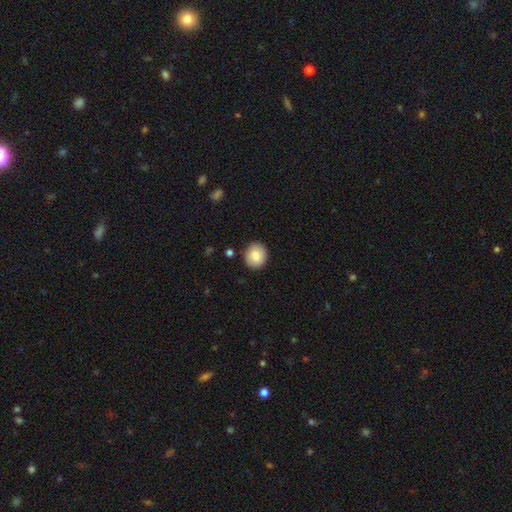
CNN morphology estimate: type=smooth (85%); roundness=round (79%); merging=none (88%).